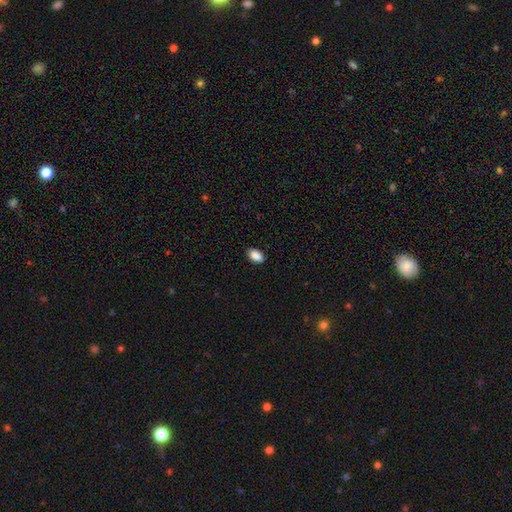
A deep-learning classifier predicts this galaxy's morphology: This is clearly a smooth galaxy (90%). How rounded: clearly in between (92%). Merging: clearly none (87%).